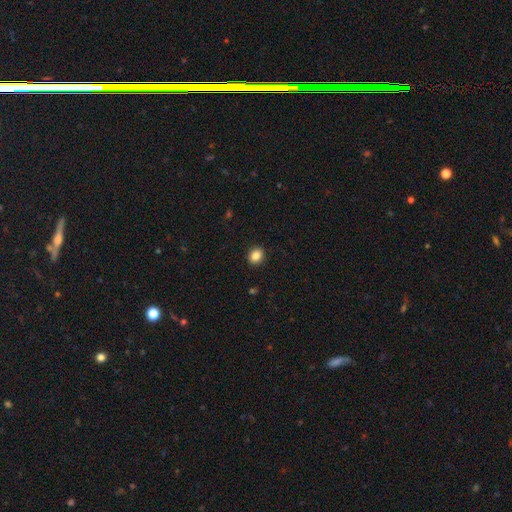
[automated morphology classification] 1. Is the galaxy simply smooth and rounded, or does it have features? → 87% smooth, 9% star or artifact, 4% featured or disk.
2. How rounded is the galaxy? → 57% round, 43% in between, 1% cigar-shaped.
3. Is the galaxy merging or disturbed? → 91% none, 6% minor disturbance, 2% major disturbance, 1% merger.